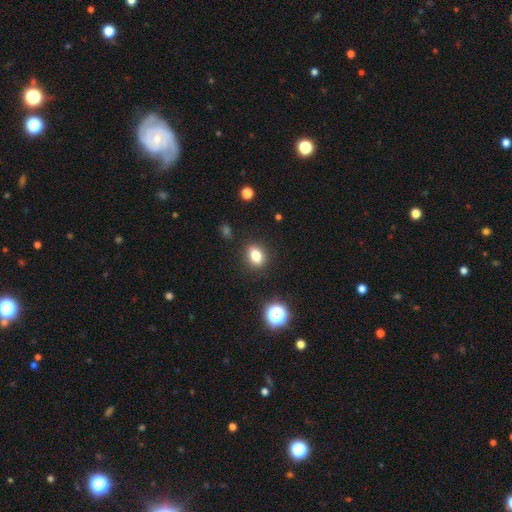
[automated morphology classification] Q: Smooth or featured?
A: smooth (79%); runner-up: star or artifact (12%)
Q: How rounded?
A: in between (62%); runner-up: round (35%)
Q: Merging?
A: none (86%); runner-up: minor disturbance (10%)